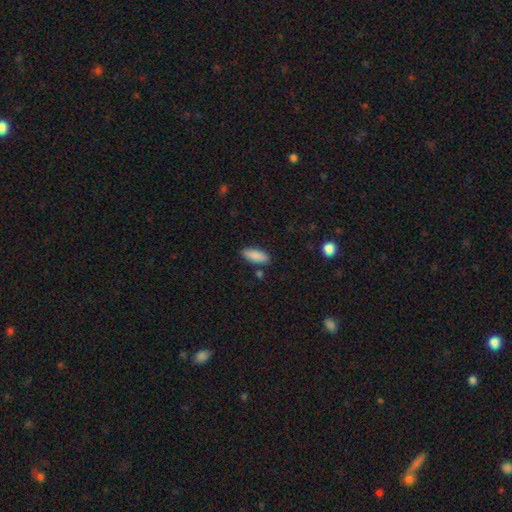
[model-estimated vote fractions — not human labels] This is clearly a smooth galaxy (88%). How rounded: likely in between (73%). Merging: clearly none (84%).